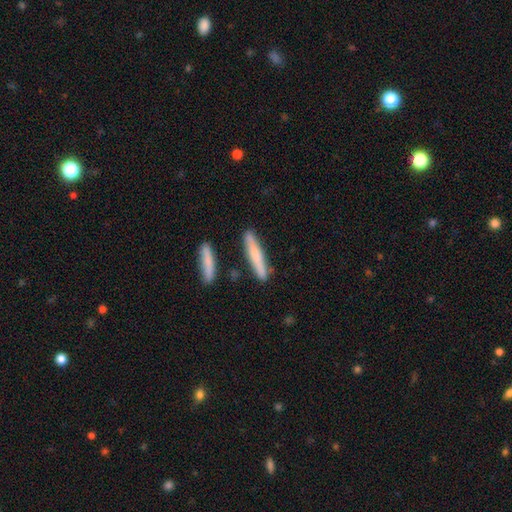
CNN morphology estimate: Smooth or featured?
  - smooth: 62% *
  - featured or disk: 32%
  - star or artifact: 6%
How rounded?
  - cigar-shaped: 93% *
  - in between: 5%
  - round: 2%
Merging?
  - none: 85% *
  - minor disturbance: 9%
  - merger: 4%
  - major disturbance: 2%